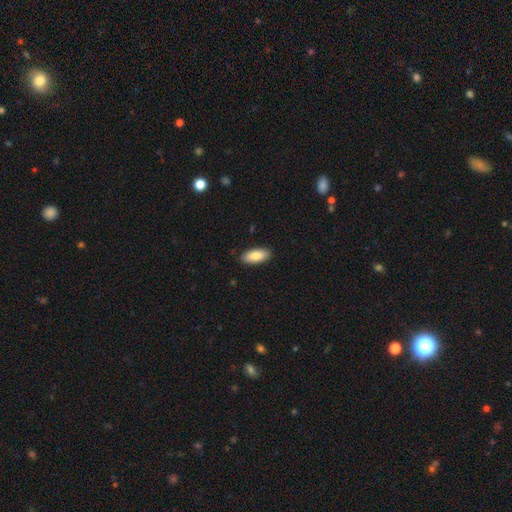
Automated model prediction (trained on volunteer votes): smooth_or_featured: smooth (p=0.84) [alt: featured or disk p=0.10]
how_rounded: in between (p=0.87) [alt: cigar-shaped p=0.11]
merging: none (p=0.88) [alt: minor disturbance p=0.09]